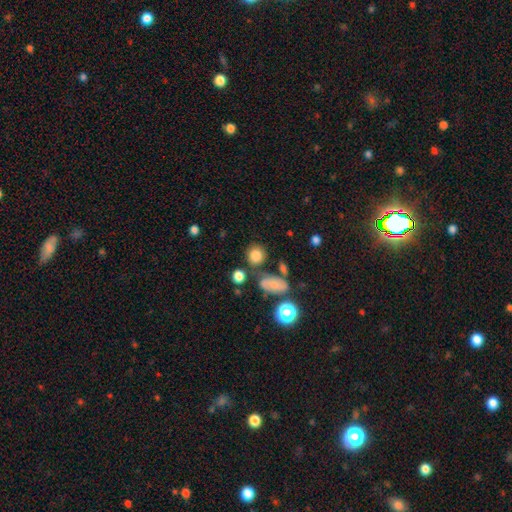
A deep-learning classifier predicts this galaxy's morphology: A smooth galaxy with no disk features (81%) that is round (79%). Merging: none (69%).